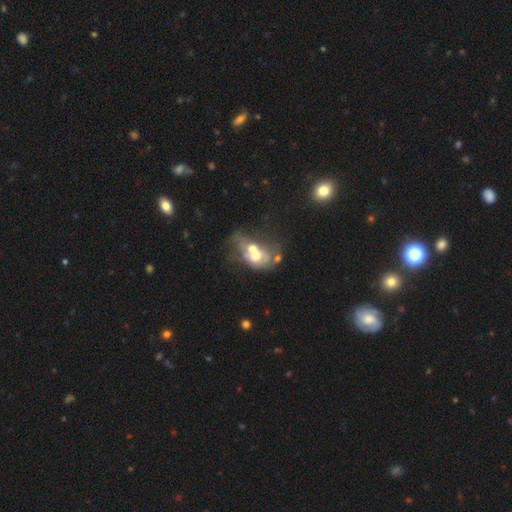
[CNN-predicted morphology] type=featured or disk (52%); edge-on=no (95%); merging=merger (69%).